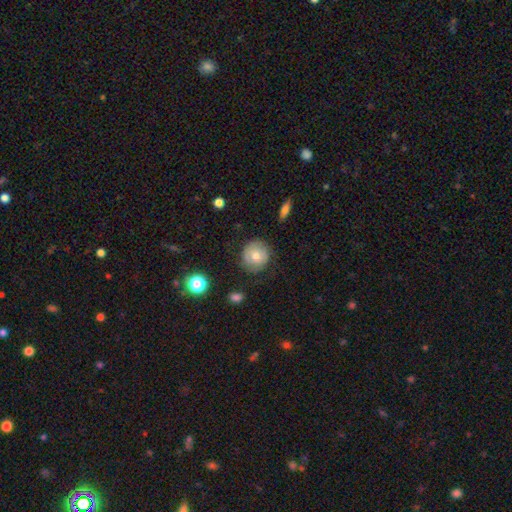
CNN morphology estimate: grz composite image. It shows a smooth galaxy with no disk features (69%) that is round (85%). Merging: none (77%).